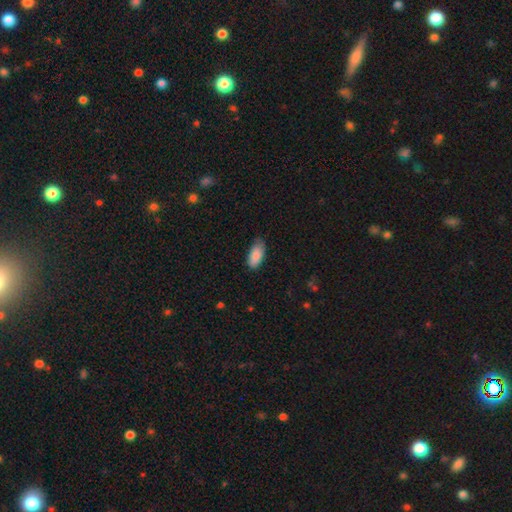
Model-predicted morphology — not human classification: smooth 88%, star or artifact 6%, featured or disk 6%. Down the decision tree: how rounded — in between (90%); merging — none (69%).